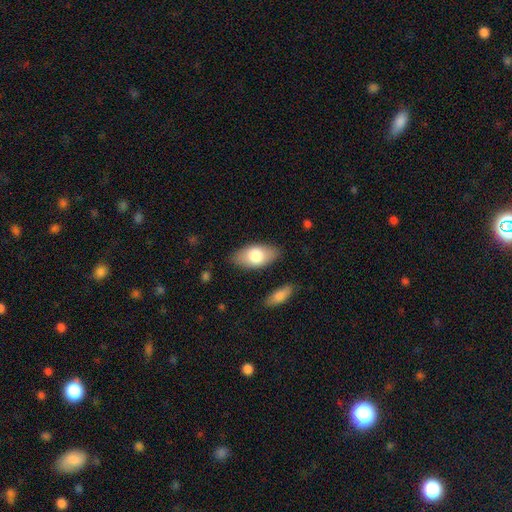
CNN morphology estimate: A smooth galaxy with no disk features (75%) that is in between round and cigar-shaped (93%). Merging: none (83%).